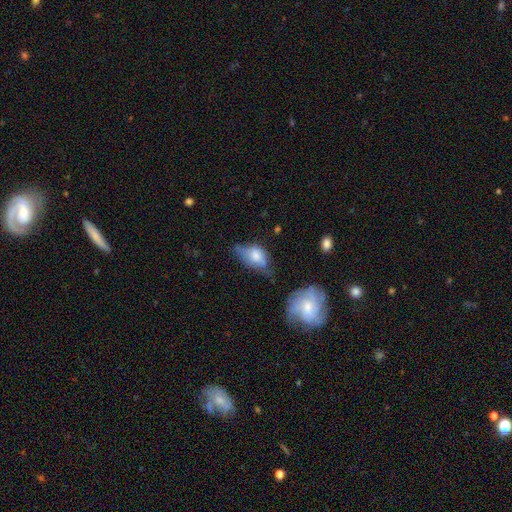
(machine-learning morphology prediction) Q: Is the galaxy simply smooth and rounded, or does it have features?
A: smooth — 53%.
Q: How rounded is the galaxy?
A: in between — 84%.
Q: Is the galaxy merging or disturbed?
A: minor disturbance — 36%.